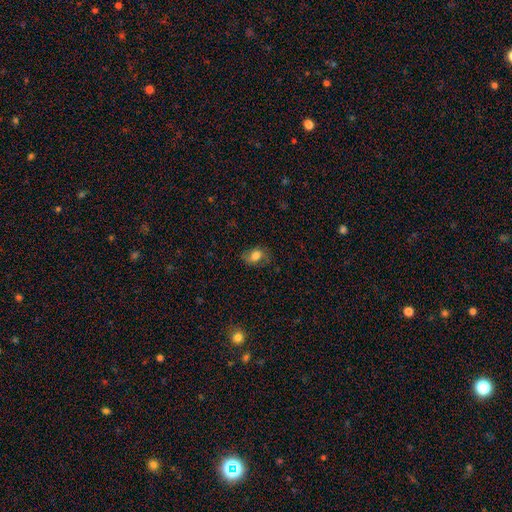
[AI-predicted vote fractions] Q: Smooth or featured?
A: smooth (67%); runner-up: featured or disk (23%)
Q: How rounded?
A: in between (70%); runner-up: round (28%)
Q: Merging?
A: none (70%); runner-up: minor disturbance (21%)